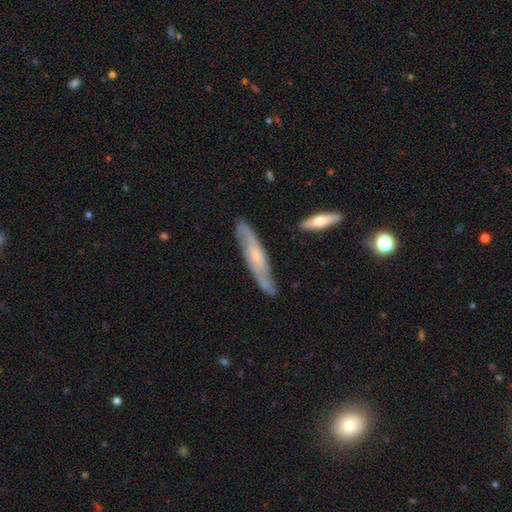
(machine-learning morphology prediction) smooth-or-featured: featured or disk: 69% | smooth: 25% | star or artifact: 6%
  disk-edge-on: no: 61% | yes: 39%
  merging: none: 78% | minor disturbance: 16% | major disturbance: 3% | merger: 2%